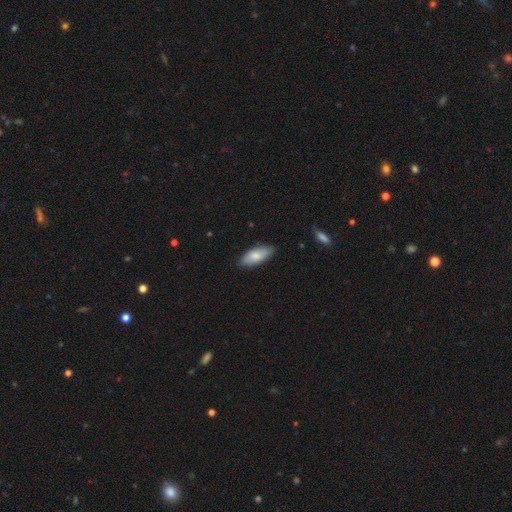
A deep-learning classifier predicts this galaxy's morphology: smooth-or-featured: smooth: 79% | featured or disk: 15% | star or artifact: 6%
  how-rounded: in between: 82% | cigar-shaped: 17% | round: 2%
  merging: none: 82% | minor disturbance: 14% | major disturbance: 2% | merger: 1%